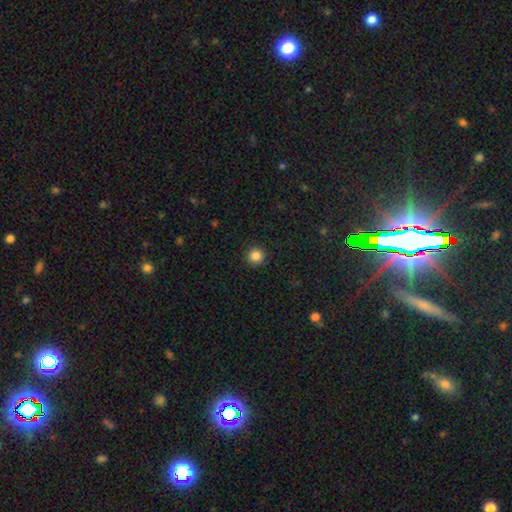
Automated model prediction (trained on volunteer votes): A smooth galaxy with no disk features (86%) that is round (96%). Merging: none (93%).